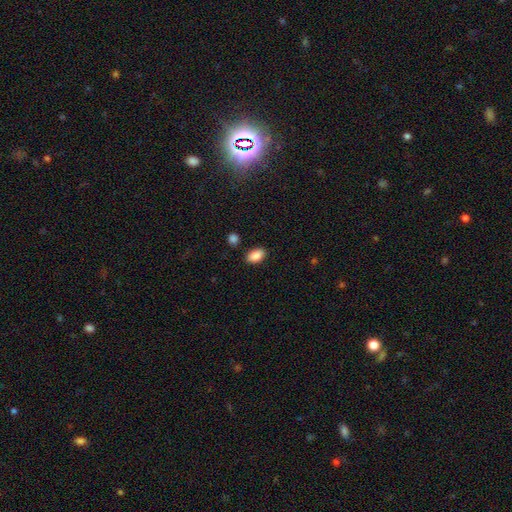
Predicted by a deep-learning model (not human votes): smooth_or_featured: smooth (p=0.89) [alt: star or artifact p=0.07]
how_rounded: in between (p=0.91) [alt: round p=0.07]
merging: none (p=0.86) [alt: minor disturbance p=0.09]